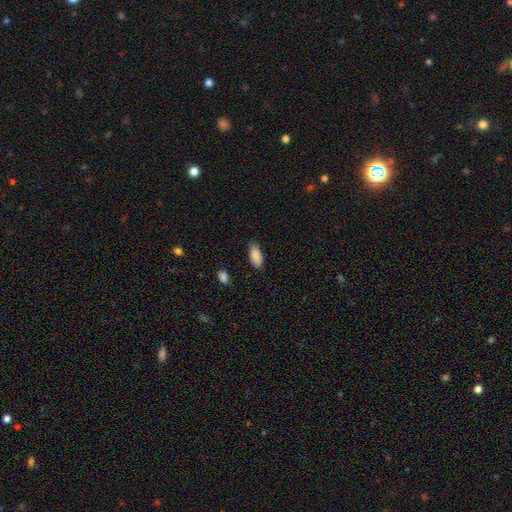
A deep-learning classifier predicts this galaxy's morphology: smooth-or-featured: smooth: 89% | star or artifact: 7% | featured or disk: 5%
  how-rounded: in between: 89% | cigar-shaped: 9% | round: 2%
  merging: none: 81% | minor disturbance: 15% | major disturbance: 3% | merger: 1%